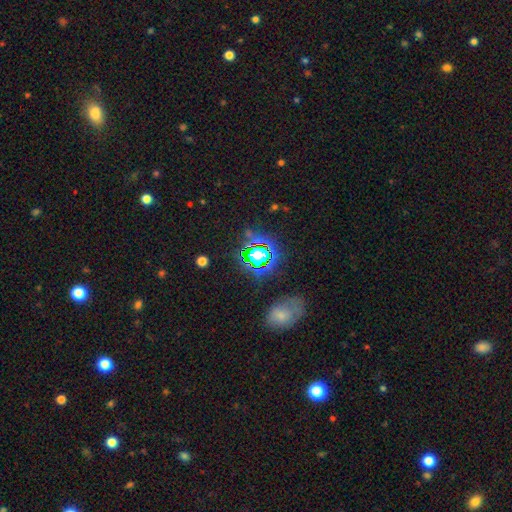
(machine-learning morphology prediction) smooth-or-featured: star or artifact: 64% | smooth: 25% | featured or disk: 11%